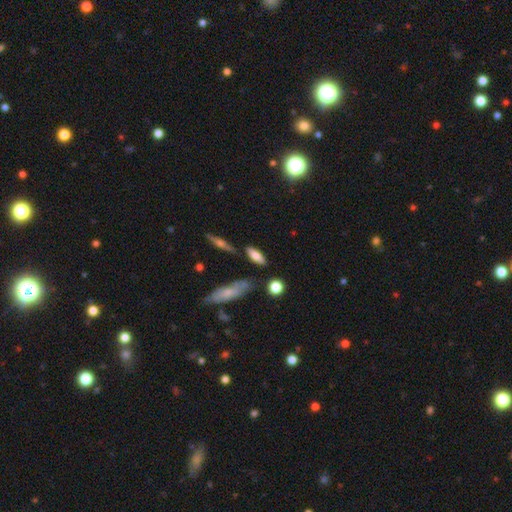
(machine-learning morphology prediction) A smooth galaxy with no disk features (72%) that is in between round and cigar-shaped (63%). Merging: none (76%).